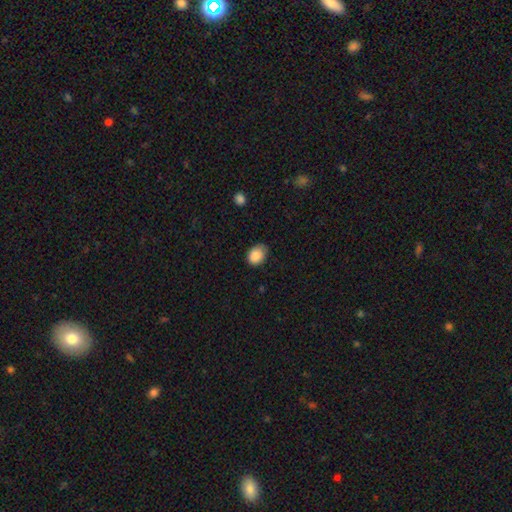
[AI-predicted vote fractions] Q: Smooth or featured?
A: smooth (88%); runner-up: star or artifact (8%)
Q: How rounded?
A: in between (58%); runner-up: round (41%)
Q: Merging?
A: none (61%); runner-up: minor disturbance (33%)